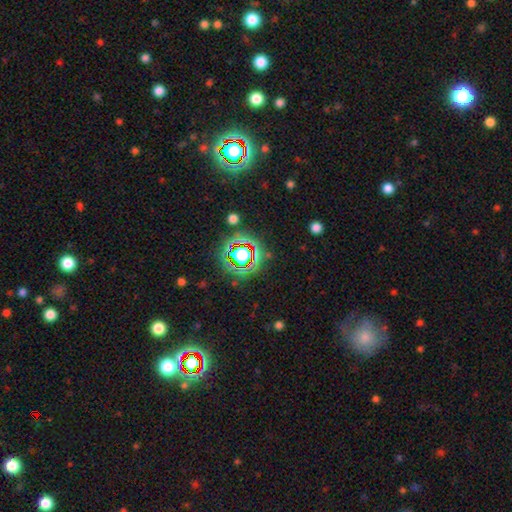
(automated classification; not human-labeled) Smooth or featured? star or artifact (77%)